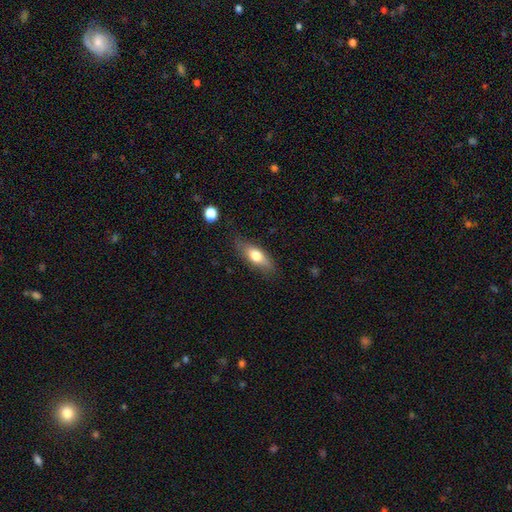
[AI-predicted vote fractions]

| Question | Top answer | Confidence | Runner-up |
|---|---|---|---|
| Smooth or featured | smooth | 67% | featured or disk (26%) |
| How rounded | in between | 67% | cigar-shaped (29%) |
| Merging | none | 77% | minor disturbance (18%) |